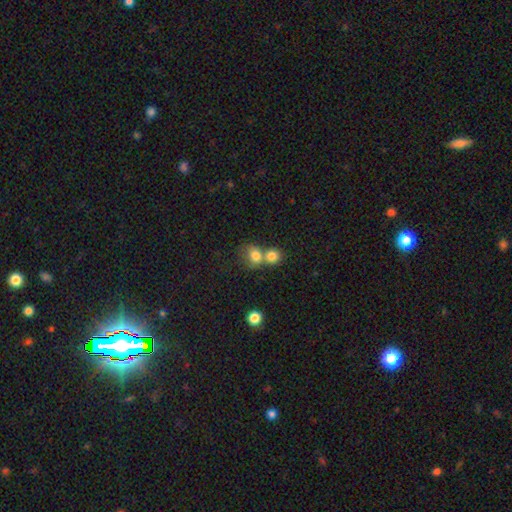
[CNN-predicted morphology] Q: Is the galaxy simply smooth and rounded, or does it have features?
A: smooth — 79%.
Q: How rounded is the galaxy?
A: round — 67%.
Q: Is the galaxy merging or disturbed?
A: merger — 56%.